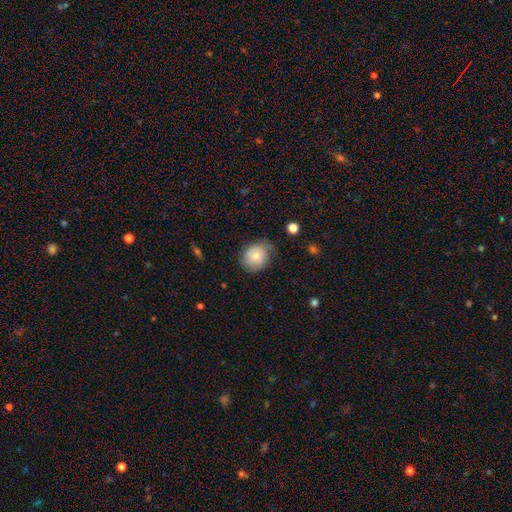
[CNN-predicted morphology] smooth_or_featured: smooth (p=0.71) [alt: featured or disk p=0.21]
how_rounded: round (p=0.68) [alt: in between p=0.31]
merging: none (p=0.59) [alt: minor disturbance p=0.30]